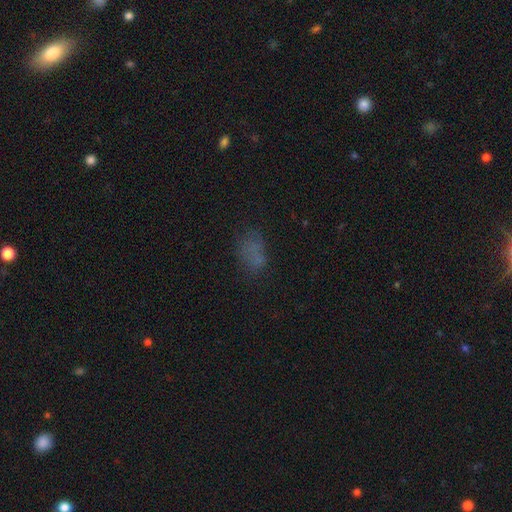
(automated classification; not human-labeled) smooth-or-featured: smooth: 63% | star or artifact: 22% | featured or disk: 15%
  how-rounded: in between: 84% | round: 13% | cigar-shaped: 3%
  merging: none: 62% | minor disturbance: 19% | major disturbance: 14% | merger: 5%